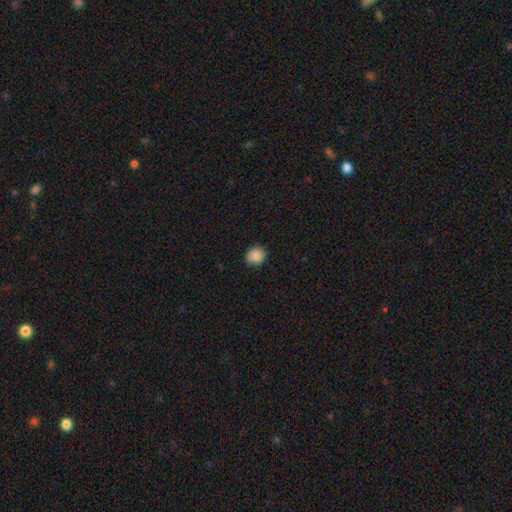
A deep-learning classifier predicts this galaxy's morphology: smooth 88%, star or artifact 9%, featured or disk 3%. Down the decision tree: how rounded — round (81%); merging — none (87%).